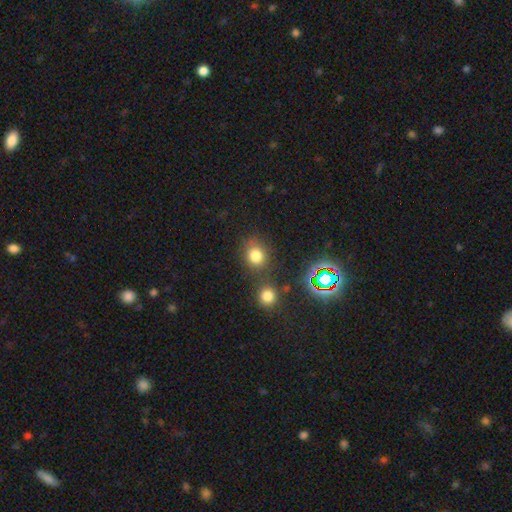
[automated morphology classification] This is likely a smooth galaxy (74%). How rounded: likely round (74%). Merging: likely none (71%).